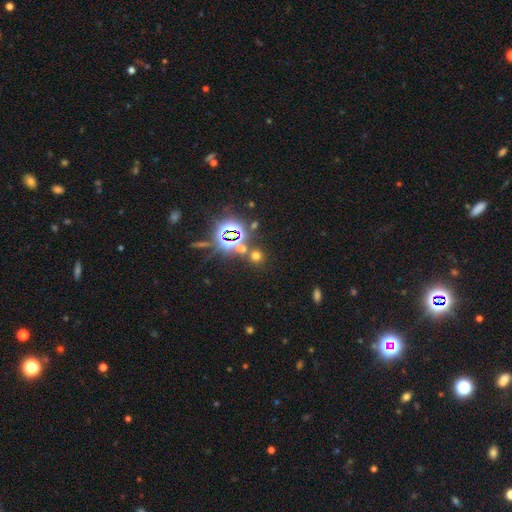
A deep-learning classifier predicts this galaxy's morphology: Smooth or featured? smooth (51%)
How rounded? round (88%)
Merging? none (77%)